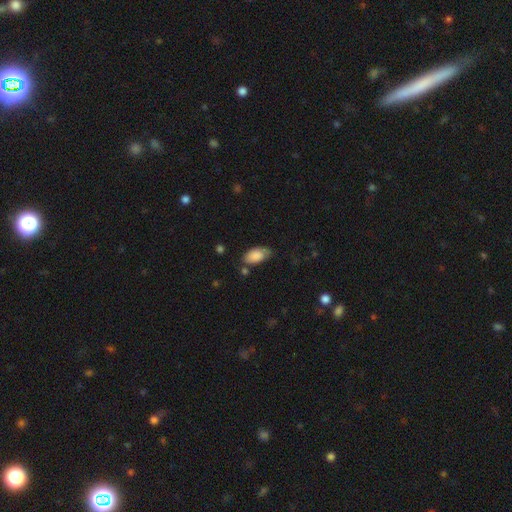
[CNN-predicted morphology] Overall: smooth (84%). How rounded: in between (94%). Merging: none (62%; minor disturbance 27%).